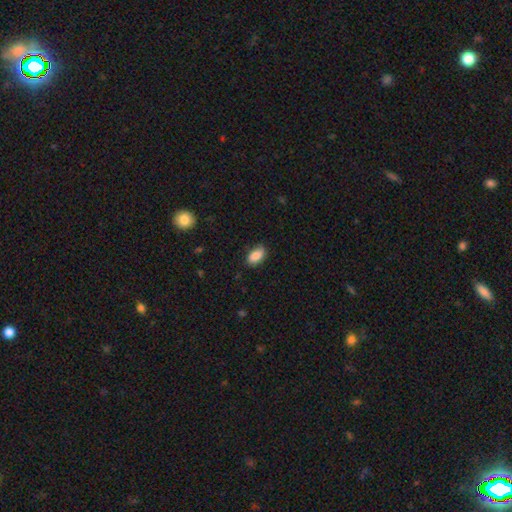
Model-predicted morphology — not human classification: This appears to be a smooth galaxy with no disk features (88%) that is in between round and cigar-shaped (91%). Merging: none (80%).